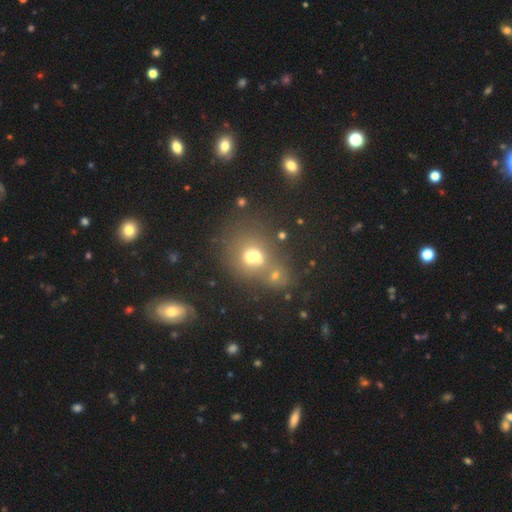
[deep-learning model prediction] A smooth galaxy with no disk features (58%) that is round (68%). Merging: merger (57%).